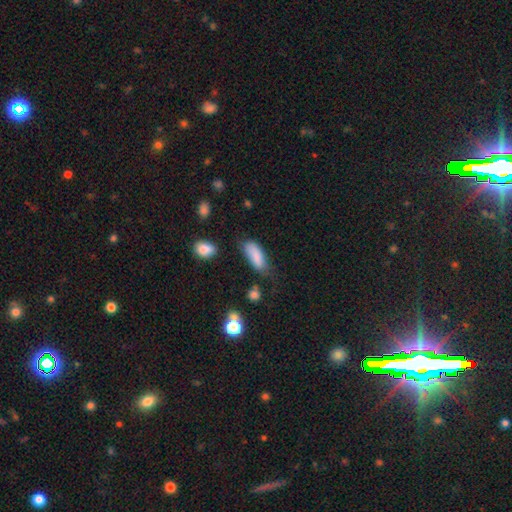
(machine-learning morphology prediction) smooth 84%, star or artifact 8%, featured or disk 8%. Down the decision tree: how rounded — in between (79%); merging — none (51%).